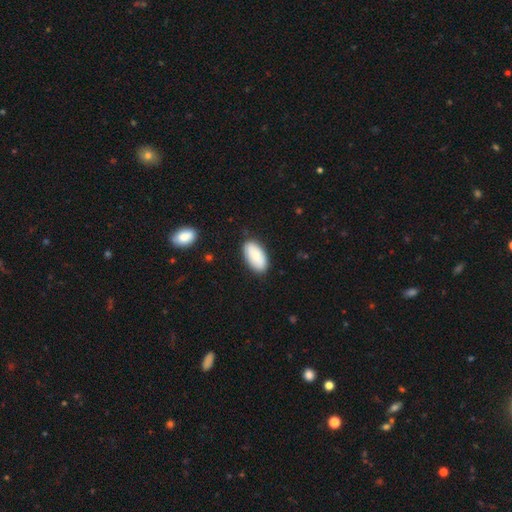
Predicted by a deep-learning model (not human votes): Overall: smooth (83%). How rounded: in between (95%). Merging: none (84%).